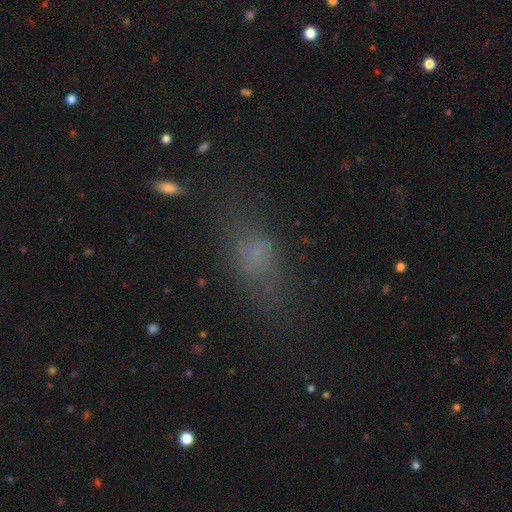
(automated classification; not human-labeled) smooth_or_featured: smooth (p=0.60) [alt: star or artifact p=0.20]
how_rounded: in between (p=0.65) [alt: cigar-shaped p=0.25]
merging: none (p=0.62) [alt: minor disturbance p=0.22]